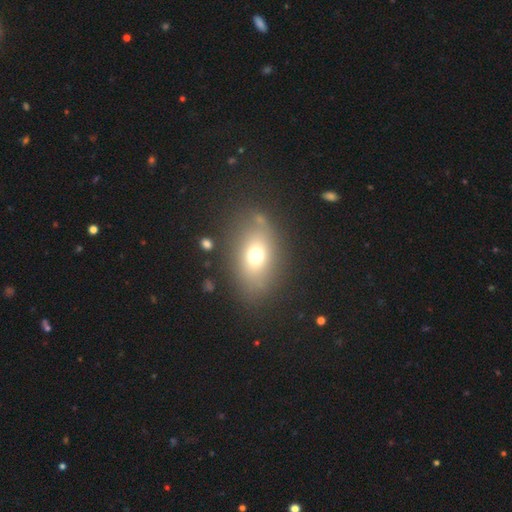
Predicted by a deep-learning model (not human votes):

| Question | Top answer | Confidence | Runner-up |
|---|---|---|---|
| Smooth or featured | smooth | 67% | featured or disk (18%) |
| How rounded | in between | 72% | round (26%) |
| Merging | none | 77% | minor disturbance (13%) |